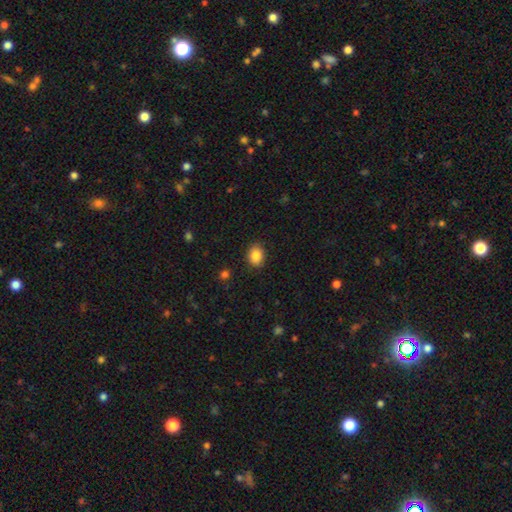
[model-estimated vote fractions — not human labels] Smooth or featured: smooth — 87% (star or artifact — 8%)
How rounded: in between — 59% (round — 40%)
Merging: none — 88% (minor disturbance — 9%)